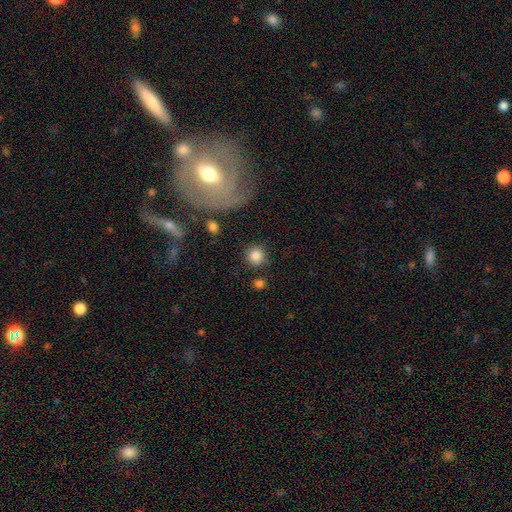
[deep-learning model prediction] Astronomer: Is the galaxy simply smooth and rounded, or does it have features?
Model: smooth — 85%.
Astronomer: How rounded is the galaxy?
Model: round — 92%.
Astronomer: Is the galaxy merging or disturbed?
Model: none — 82%.